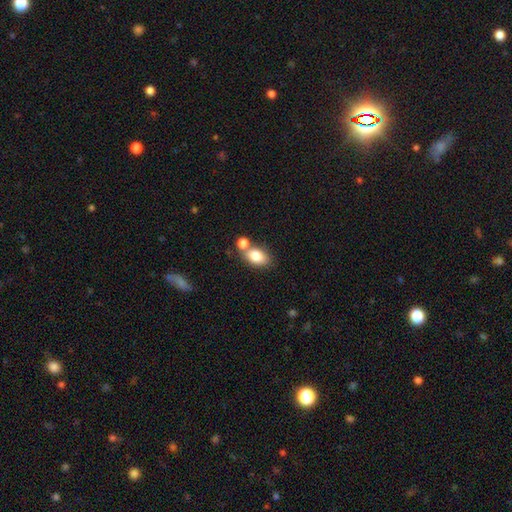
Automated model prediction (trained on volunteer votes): Morphology: type=smooth (81%); roundness=in between (84%); merging=none (52%).